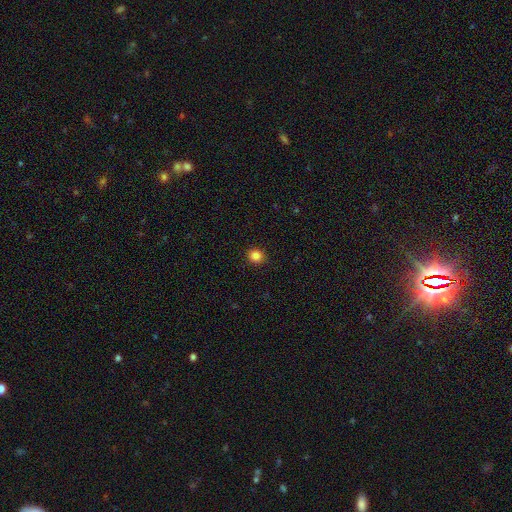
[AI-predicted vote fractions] A smooth galaxy with no disk features (85%) that is round (86%).

Vote fractions:
- Smooth or featured? smooth: 85% / star or artifact: 11% / featured or disk: 4%
- How rounded? round: 86% / in between: 13% / cigar-shaped: 1%
- Merging? none: 92% / minor disturbance: 5% / major disturbance: 2% / merger: 1%